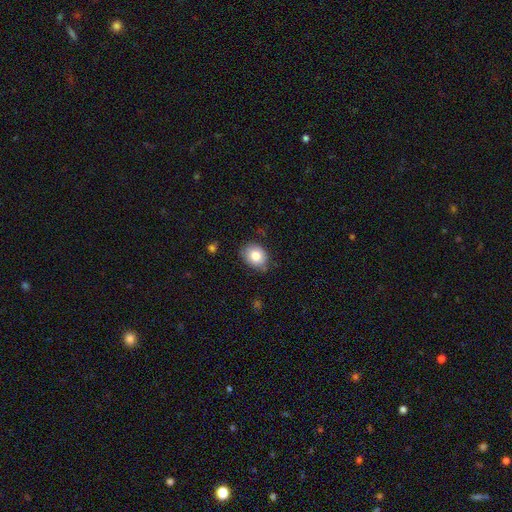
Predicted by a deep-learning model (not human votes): Morphology: type=smooth (82%); roundness=in between (55%); merging=none (77%).